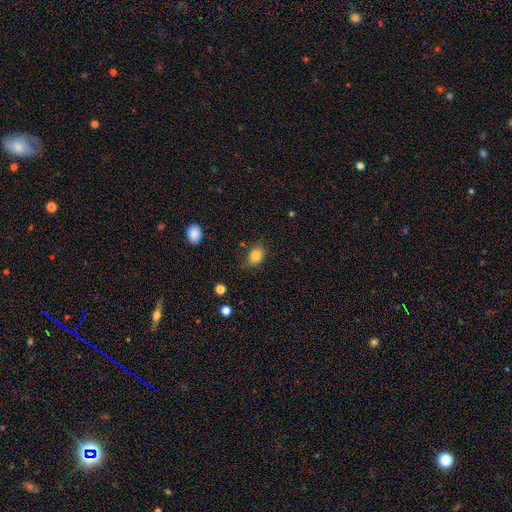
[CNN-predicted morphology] Smooth or featured?
  - smooth: 83% *
  - star or artifact: 10%
  - featured or disk: 7%
How rounded?
  - in between: 65% *
  - round: 34%
  - cigar-shaped: 1%
Merging?
  - none: 69% *
  - minor disturbance: 24%
  - major disturbance: 6%
  - merger: 2%